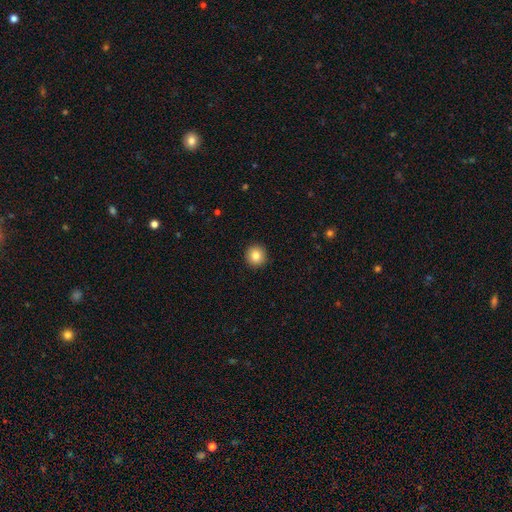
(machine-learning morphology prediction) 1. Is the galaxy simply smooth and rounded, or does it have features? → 84% smooth, 9% star or artifact, 7% featured or disk.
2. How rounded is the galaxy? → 95% round, 4% in between, 1% cigar-shaped.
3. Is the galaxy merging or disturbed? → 93% none, 4% minor disturbance, 1% major disturbance, 1% merger.